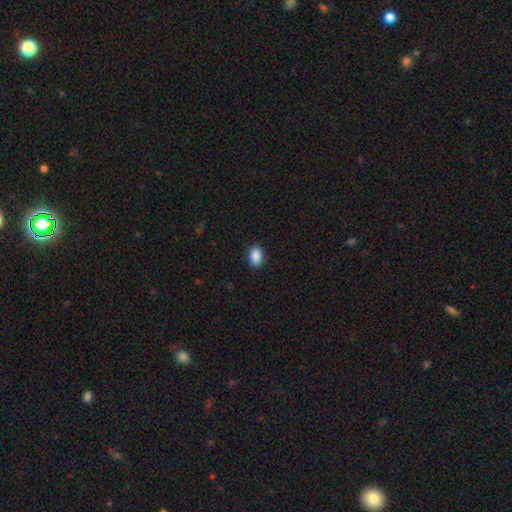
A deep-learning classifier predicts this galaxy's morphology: Smooth or featured?
  - smooth: 89% *
  - star or artifact: 8%
  - featured or disk: 3%
How rounded?
  - in between: 85% *
  - round: 14%
  - cigar-shaped: 1%
Merging?
  - none: 90% *
  - minor disturbance: 7%
  - major disturbance: 2%
  - merger: 1%